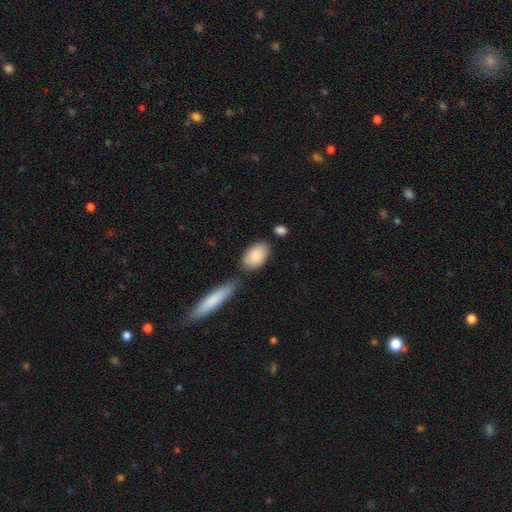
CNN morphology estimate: smooth_or_featured: smooth (p=0.86) [alt: featured or disk p=0.08]
how_rounded: in between (p=0.89) [alt: round p=0.08]
merging: none (p=0.68) [alt: minor disturbance p=0.15]